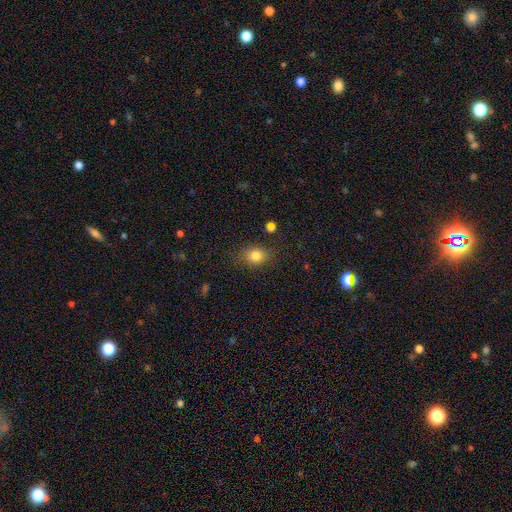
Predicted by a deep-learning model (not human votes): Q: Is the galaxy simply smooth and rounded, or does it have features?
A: smooth — 81%.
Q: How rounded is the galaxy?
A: round — 52%.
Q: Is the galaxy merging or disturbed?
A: none — 81%.